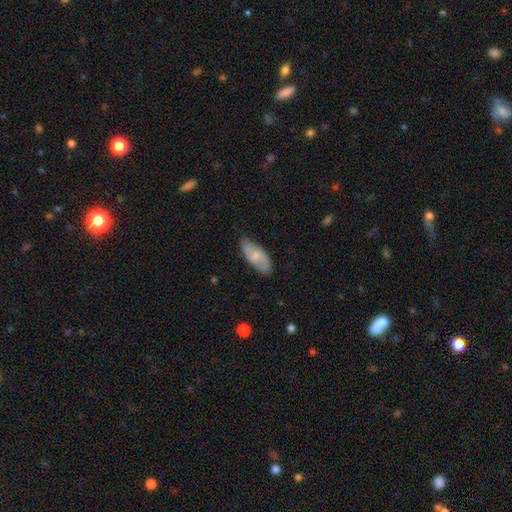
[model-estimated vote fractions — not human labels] This is likely a smooth galaxy (70%). How rounded: clearly in between (84%). Merging: likely none (77%).